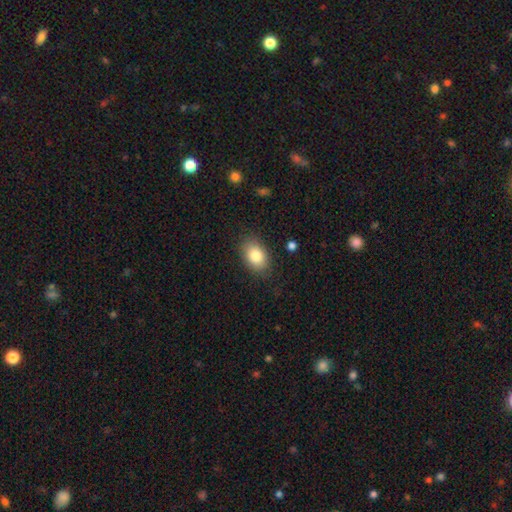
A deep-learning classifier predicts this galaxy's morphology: This appears to be a smooth galaxy with no disk features (83%) that is in between round and cigar-shaped (82%). Merging: none (84%).